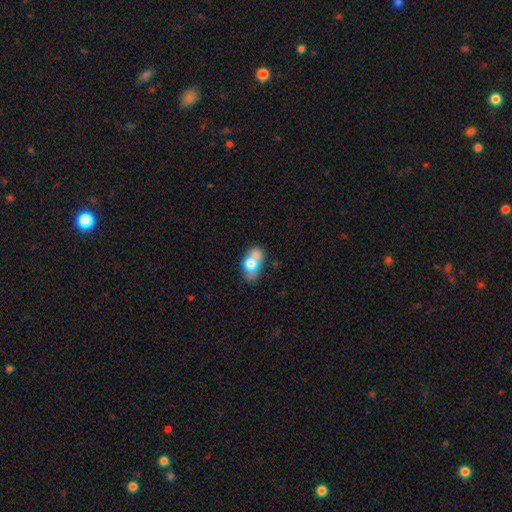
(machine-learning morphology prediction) smooth_or_featured: smooth (p=0.64) [alt: featured or disk p=0.28]
how_rounded: in between (p=0.77) [alt: round p=0.20]
merging: merger (p=0.45) [alt: none p=0.31]